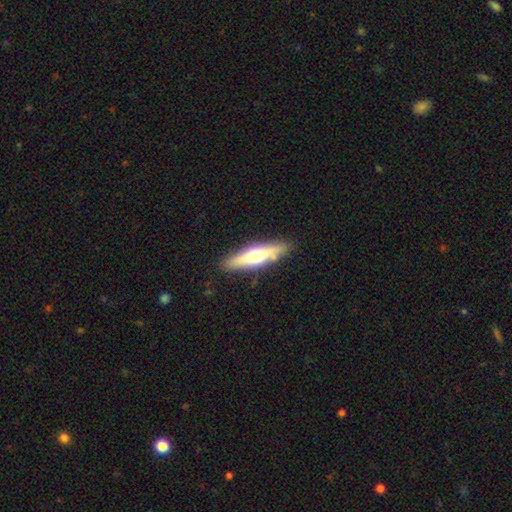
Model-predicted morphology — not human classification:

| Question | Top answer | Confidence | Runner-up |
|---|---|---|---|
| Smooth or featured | featured or disk | 50% | smooth (44%) |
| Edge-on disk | yes | 90% | no (10%) |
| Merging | none | 86% | minor disturbance (10%) |